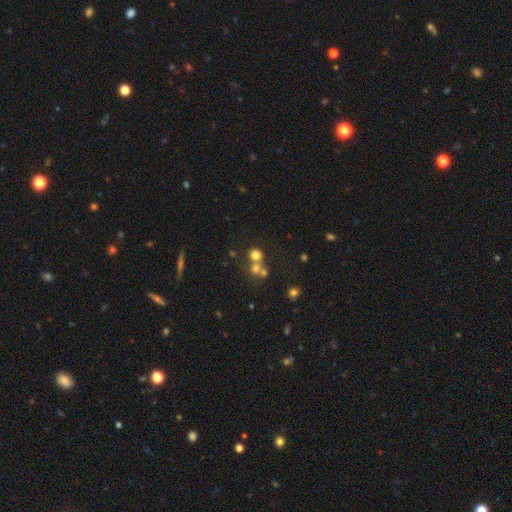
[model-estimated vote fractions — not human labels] Smooth or featured? smooth (69%)
How rounded? round (84%)
Merging? none (48%)